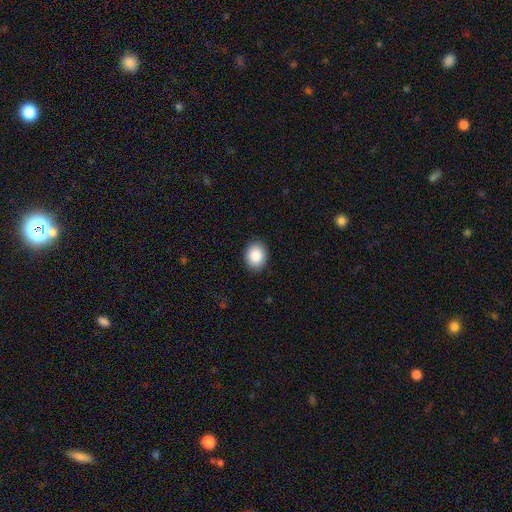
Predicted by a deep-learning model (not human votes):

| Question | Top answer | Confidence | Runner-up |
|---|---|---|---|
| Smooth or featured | smooth | 88% | star or artifact (8%) |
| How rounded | in between | 54% | round (45%) |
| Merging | none | 90% | minor disturbance (8%) |